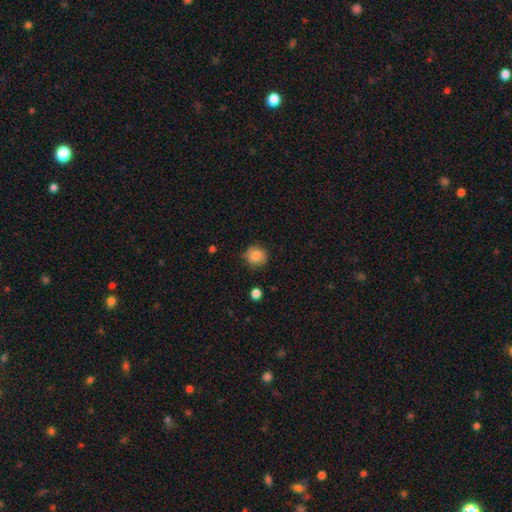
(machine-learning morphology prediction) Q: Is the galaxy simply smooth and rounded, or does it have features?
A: smooth — 84%.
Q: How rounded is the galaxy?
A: round — 85%.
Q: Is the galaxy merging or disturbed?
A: none — 82%.